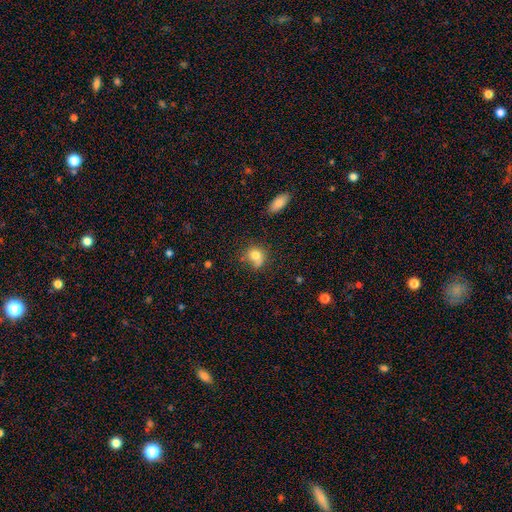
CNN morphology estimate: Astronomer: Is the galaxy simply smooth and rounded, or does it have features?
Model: smooth — 78%.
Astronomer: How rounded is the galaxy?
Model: round — 71%.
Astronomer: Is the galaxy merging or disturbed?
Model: none — 53%.